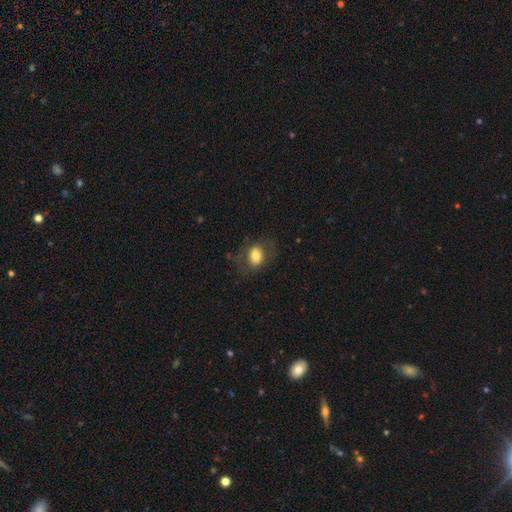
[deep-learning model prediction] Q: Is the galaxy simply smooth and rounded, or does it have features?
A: smooth — 70%.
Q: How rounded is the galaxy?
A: in between — 65%.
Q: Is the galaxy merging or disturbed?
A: none — 70%.